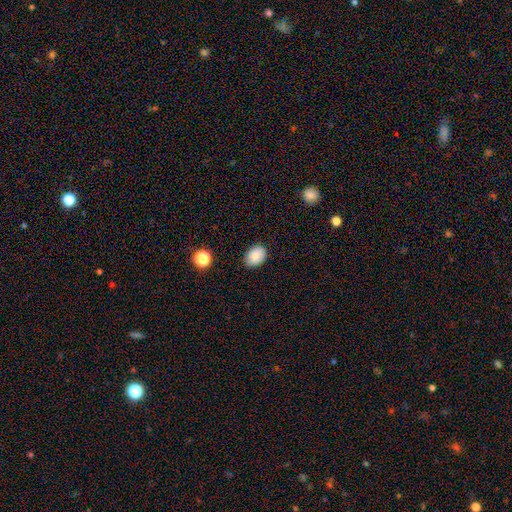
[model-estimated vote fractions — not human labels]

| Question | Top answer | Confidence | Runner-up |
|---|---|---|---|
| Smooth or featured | smooth | 87% | star or artifact (9%) |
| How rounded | in between | 75% | round (24%) |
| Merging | none | 85% | minor disturbance (12%) |